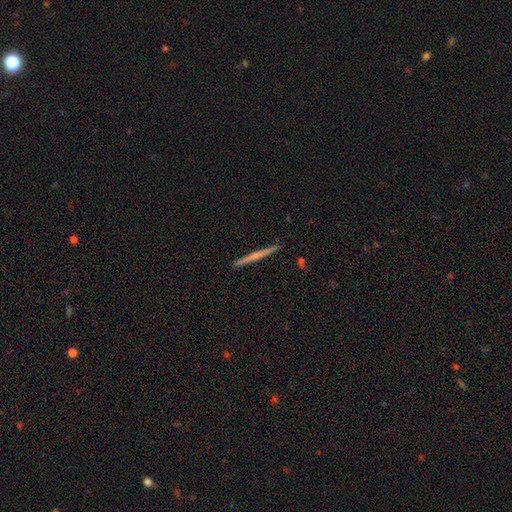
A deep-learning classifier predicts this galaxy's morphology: A featured or disk galaxy (58%) viewed edge-on (98%) with no central bulge (57%).

Vote fractions:
- Smooth or featured? featured or disk: 58% / smooth: 36% / star or artifact: 6%
- Edge-on disk? yes: 98% / no: 2%
- Edge-on bulge? none: 57% / rounded: 37% / boxy: 6%
- Merging? none: 92% / minor disturbance: 6% / major disturbance: 1% / merger: 1%